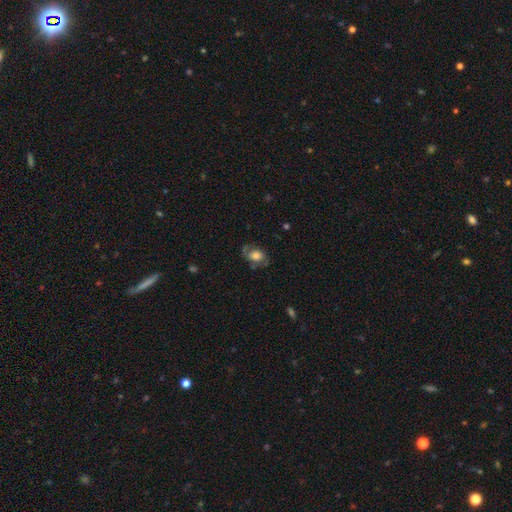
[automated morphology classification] type=featured or disk (53%); edge-on=no (95%); bar=no (69%); spiral arms=yes (77%); bulge=large (43%); merging=none (66%).